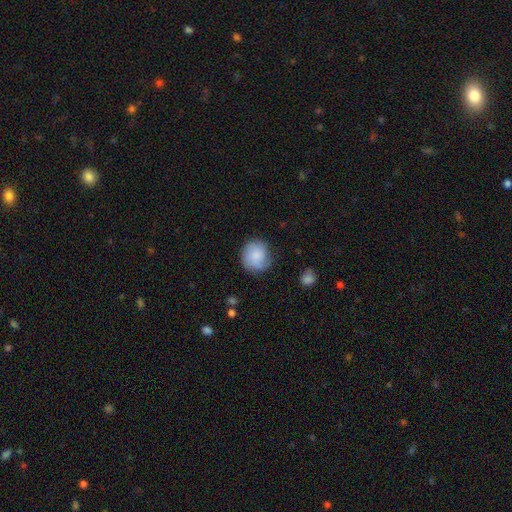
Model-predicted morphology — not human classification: A smooth galaxy with no disk features (73%) that is round (86%).

Vote fractions:
- Smooth or featured? smooth: 73% / featured or disk: 20% / star or artifact: 7%
- How rounded? round: 86% / in between: 13% / cigar-shaped: 1%
- Merging? none: 72% / minor disturbance: 20% / major disturbance: 6% / merger: 2%